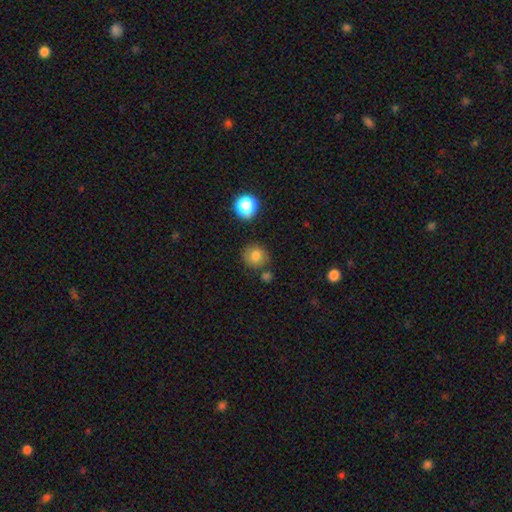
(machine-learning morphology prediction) A smooth galaxy with no disk features (80%) that is round (86%).

Vote fractions:
- Smooth or featured? smooth: 80% / star or artifact: 12% / featured or disk: 8%
- How rounded? round: 86% / in between: 13% / cigar-shaped: 1%
- Merging? none: 78% / minor disturbance: 12% / merger: 6% / major disturbance: 3%